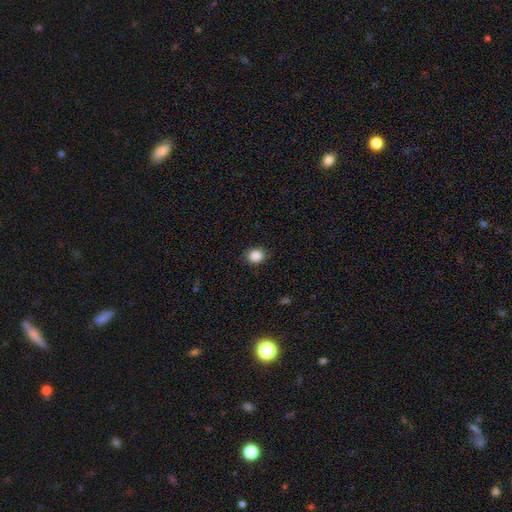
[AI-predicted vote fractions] smooth-or-featured: smooth: 87% | star or artifact: 9% | featured or disk: 4%
  how-rounded: round: 67% | in between: 32% | cigar-shaped: 1%
  merging: none: 85% | minor disturbance: 12% | major disturbance: 3% | merger: 1%